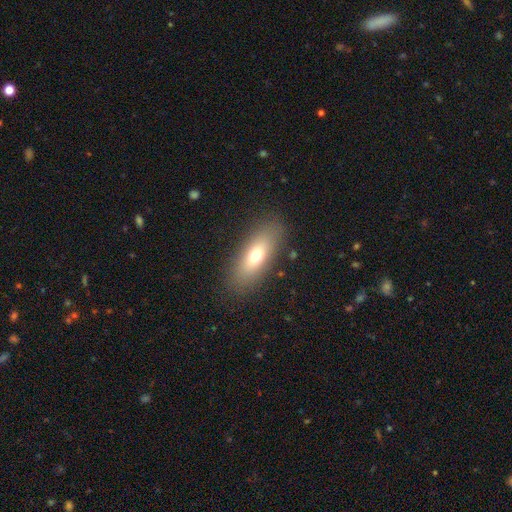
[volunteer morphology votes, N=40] type=smooth (72%); roundness=in between (66%); merging=none (81%).